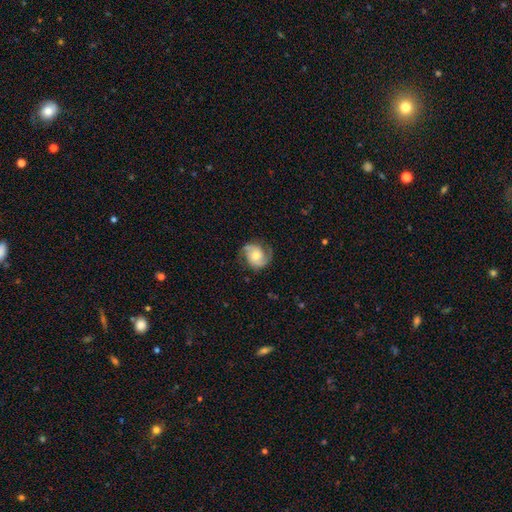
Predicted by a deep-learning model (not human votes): smooth_or_featured: featured or disk (p=0.81) [alt: smooth p=0.12]
disk_edge_on: no (p=0.98) [alt: yes p=0.02]
bar: no (p=0.67) [alt: weak p=0.27]
has_spiral_arms: yes (p=0.96) [alt: no p=0.04]
spiral_winding: medium (p=0.50) [alt: tight p=0.30]
spiral_arm_count: 2 (p=0.89) [alt: can't tell p=0.04]
bulge_size: moderate (p=0.57) [alt: small p=0.34]
merging: none (p=0.75) [alt: minor disturbance p=0.17]